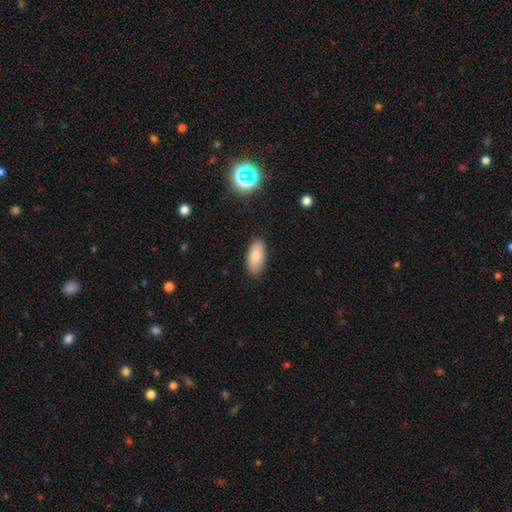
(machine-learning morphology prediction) smooth_or_featured: smooth (p=0.83) [alt: featured or disk p=0.09]
how_rounded: in between (p=0.91) [alt: cigar-shaped p=0.06]
merging: none (p=0.86) [alt: minor disturbance p=0.11]